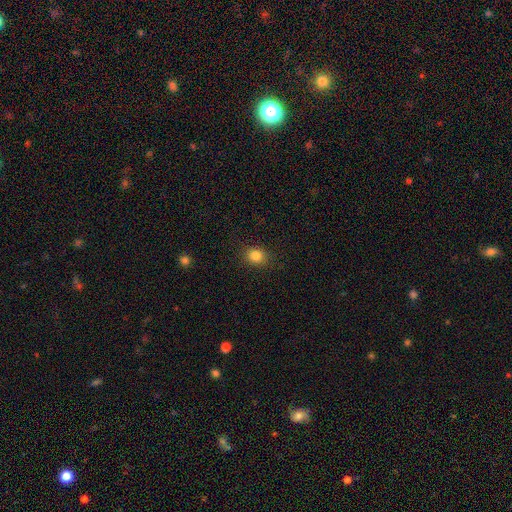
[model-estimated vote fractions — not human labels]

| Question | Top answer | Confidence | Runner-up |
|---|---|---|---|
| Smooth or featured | smooth | 84% | star or artifact (11%) |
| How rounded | round | 70% | in between (29%) |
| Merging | none | 88% | minor disturbance (8%) |